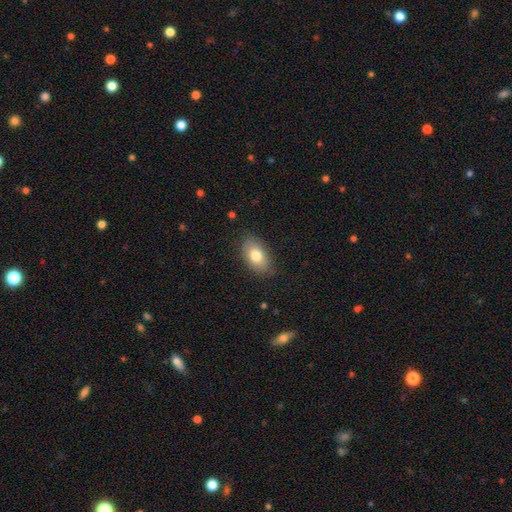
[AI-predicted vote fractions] A smooth galaxy with no disk features (77%) that is in between round and cigar-shaped (91%). Merging: none (82%).